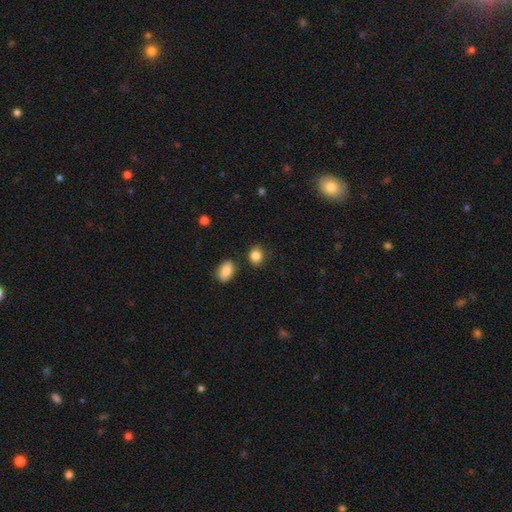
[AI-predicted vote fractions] A smooth galaxy with no disk features (85%) that is round (50%). Merging: none (79%).